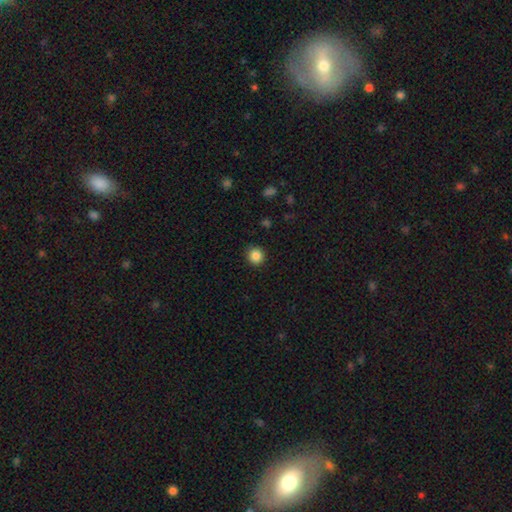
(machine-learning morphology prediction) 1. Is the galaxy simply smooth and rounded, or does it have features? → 86% smooth, 10% star or artifact, 4% featured or disk.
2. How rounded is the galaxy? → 93% round, 6% in between, 1% cigar-shaped.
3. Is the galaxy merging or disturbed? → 91% none, 6% minor disturbance, 2% major disturbance, 1% merger.